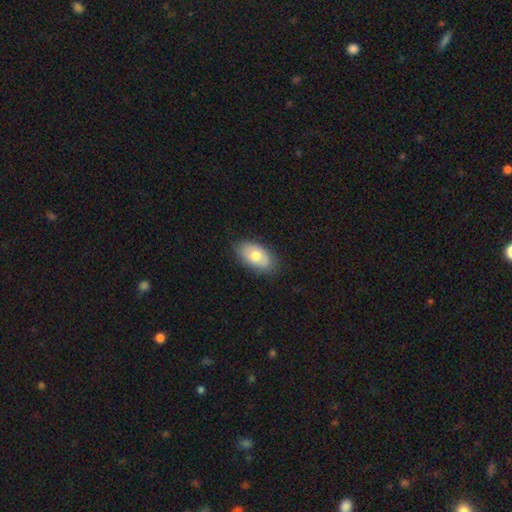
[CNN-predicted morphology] Smooth or featured?
  - smooth: 74% *
  - featured or disk: 20%
  - star or artifact: 7%
How rounded?
  - in between: 93% *
  - round: 5%
  - cigar-shaped: 2%
Merging?
  - none: 82% *
  - minor disturbance: 14%
  - major disturbance: 3%
  - merger: 1%